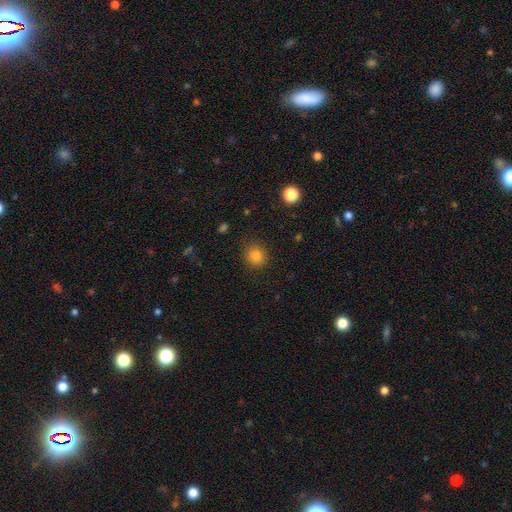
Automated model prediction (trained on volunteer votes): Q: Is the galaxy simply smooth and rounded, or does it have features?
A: smooth — 83%.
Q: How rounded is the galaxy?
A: round — 89%.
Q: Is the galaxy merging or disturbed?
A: none — 87%.